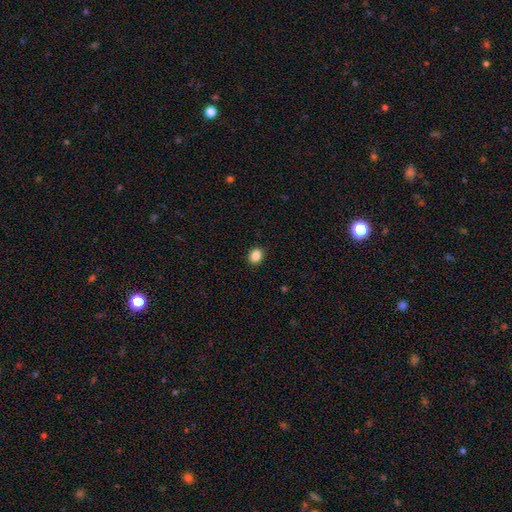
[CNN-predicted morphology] Q: Smooth or featured?
A: smooth (87%); runner-up: star or artifact (10%)
Q: How rounded?
A: round (53%); runner-up: in between (46%)
Q: Merging?
A: none (91%); runner-up: minor disturbance (6%)